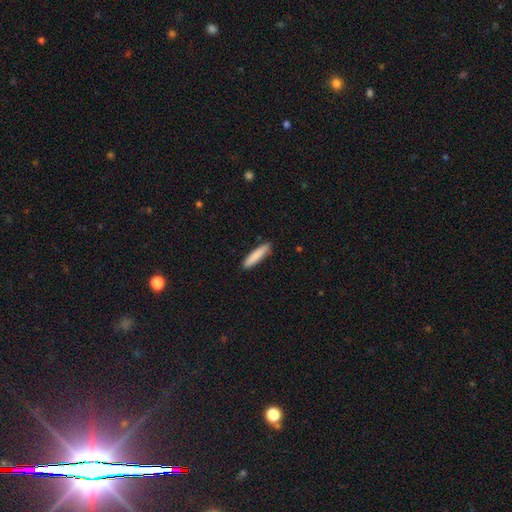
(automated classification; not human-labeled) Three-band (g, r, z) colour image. It shows a smooth galaxy with no disk features (86%) that is cigar-shaped (86%). Merging: none (89%).